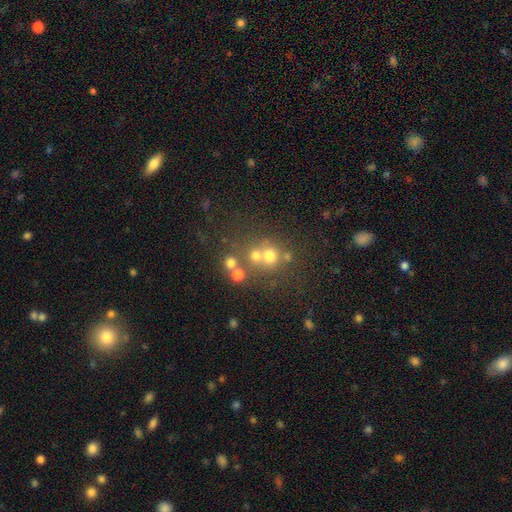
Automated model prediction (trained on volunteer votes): A smooth galaxy with no disk features (61%) that is round (86%). Merging: none (51%).